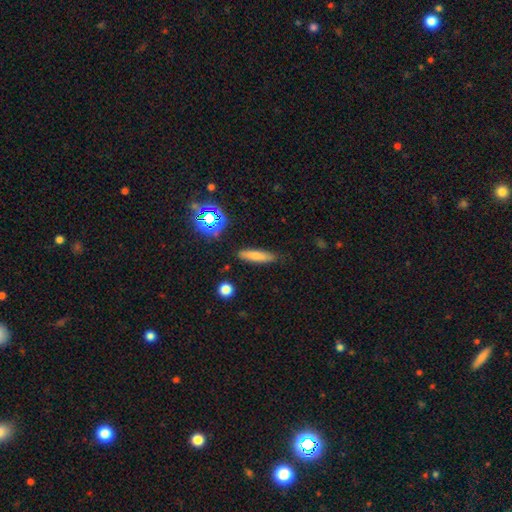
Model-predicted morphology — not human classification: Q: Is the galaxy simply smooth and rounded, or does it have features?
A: smooth — 73%.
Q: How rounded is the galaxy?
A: cigar-shaped — 76%.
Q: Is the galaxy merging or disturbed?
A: none — 84%.